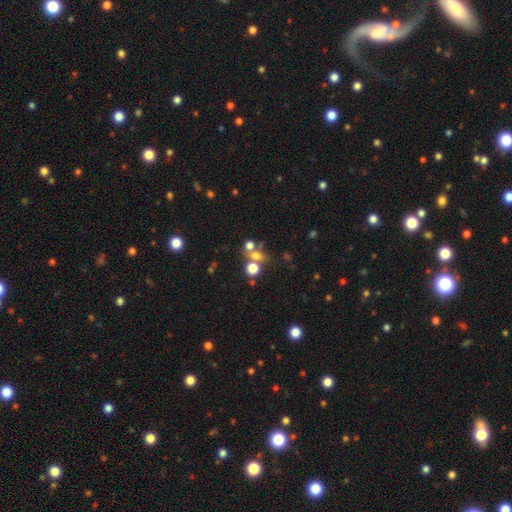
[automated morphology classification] A smooth galaxy with no disk features (59%) that is round (76%).

Vote fractions:
- Smooth or featured? smooth: 59% / star or artifact: 26% / featured or disk: 15%
- How rounded? round: 76% / in between: 22% / cigar-shaped: 2%
- Merging? none: 46% / merger: 39% / minor disturbance: 8% / major disturbance: 6%